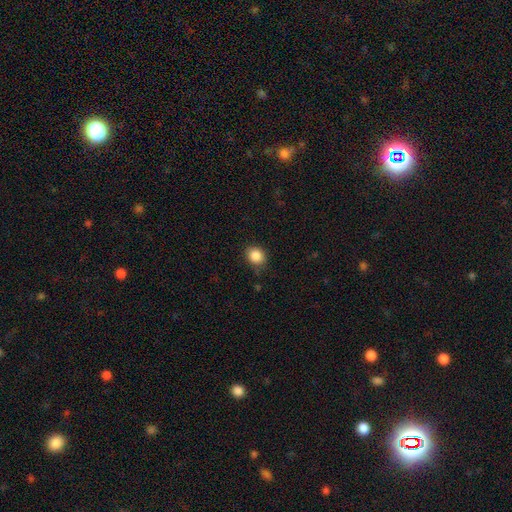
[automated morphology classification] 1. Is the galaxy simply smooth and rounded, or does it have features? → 87% smooth, 10% star or artifact, 4% featured or disk.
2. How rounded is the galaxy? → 72% round, 28% in between, 1% cigar-shaped.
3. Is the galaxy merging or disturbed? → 80% none, 15% minor disturbance, 3% major disturbance, 1% merger.